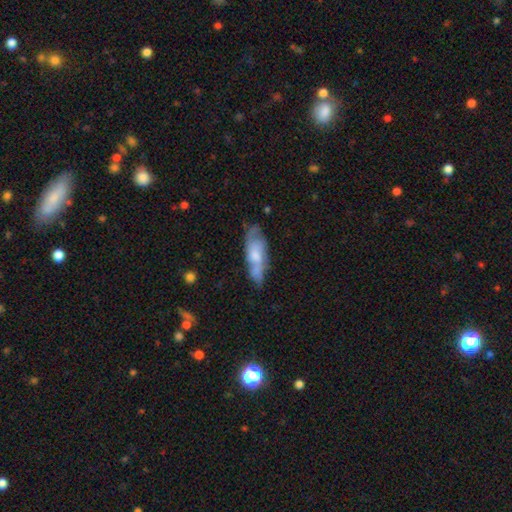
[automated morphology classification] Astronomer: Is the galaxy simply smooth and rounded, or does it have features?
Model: featured or disk — 48% (runner-up: smooth, 46%).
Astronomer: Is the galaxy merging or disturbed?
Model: none — 58%.